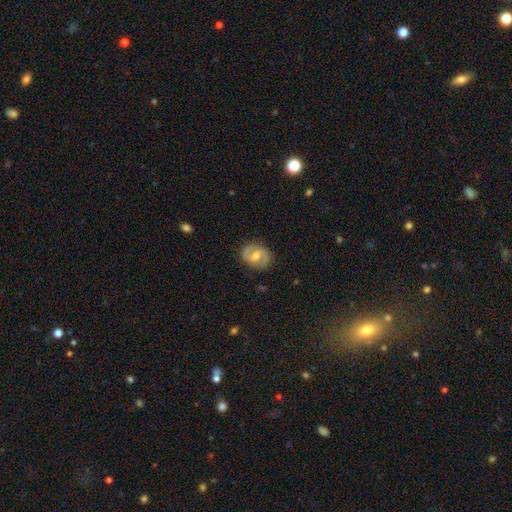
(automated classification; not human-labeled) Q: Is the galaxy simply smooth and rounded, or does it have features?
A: featured or disk — 69%.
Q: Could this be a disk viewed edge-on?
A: no — 97%.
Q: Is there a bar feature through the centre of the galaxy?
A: weak — 51%.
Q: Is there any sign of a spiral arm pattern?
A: yes — 87%.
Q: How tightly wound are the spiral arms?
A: medium — 48%.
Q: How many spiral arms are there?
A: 2 — 89%.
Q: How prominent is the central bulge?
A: moderate — 67%.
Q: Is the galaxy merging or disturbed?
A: none — 84%.